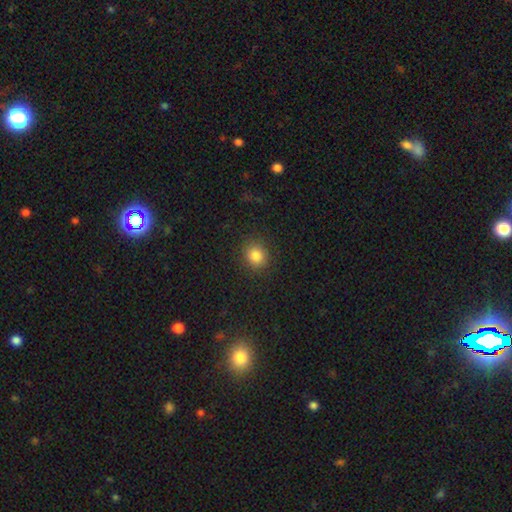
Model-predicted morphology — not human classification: type=smooth (84%); roundness=round (76%); merging=none (88%).